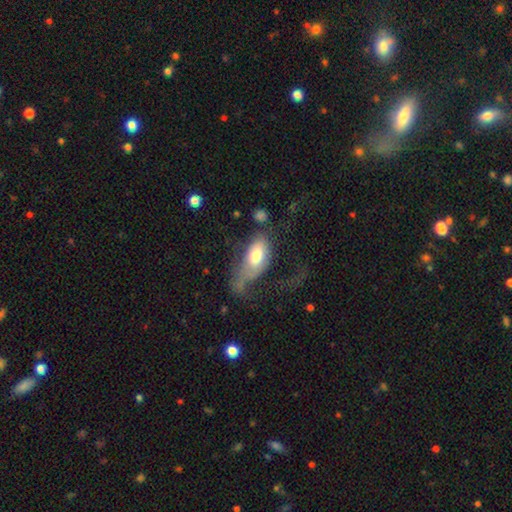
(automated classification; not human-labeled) A smooth galaxy with no disk features (61%) that is in between round and cigar-shaped (90%).

Vote fractions:
- Smooth or featured? smooth: 61% / featured or disk: 33% / star or artifact: 6%
- How rounded? in between: 90% / cigar-shaped: 6% / round: 3%
- Merging? major disturbance: 51% / none: 22% / minor disturbance: 20% / merger: 7%